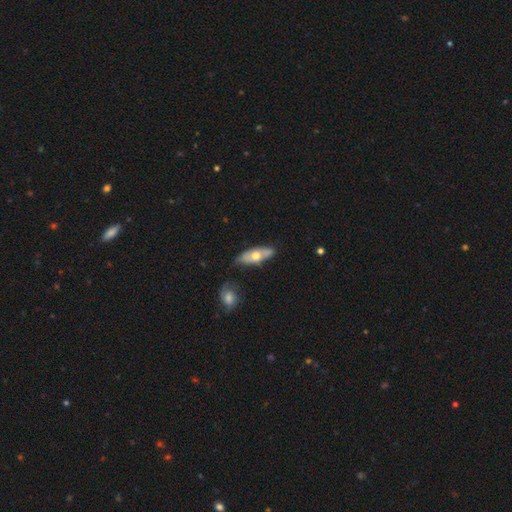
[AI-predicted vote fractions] Smooth or featured? Predicted: smooth (p=0.50). How rounded? Predicted: in between (p=0.70). Merging? Predicted: none (p=0.73).